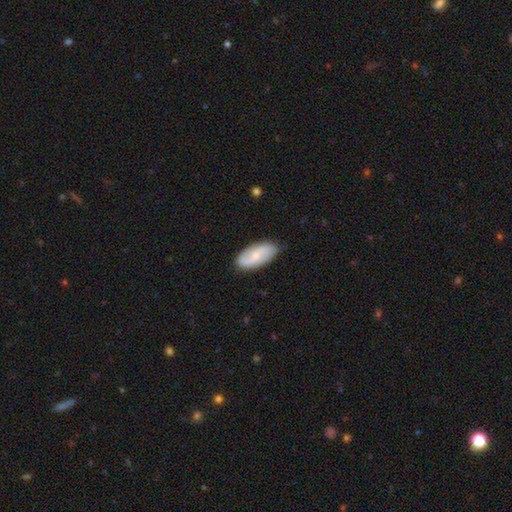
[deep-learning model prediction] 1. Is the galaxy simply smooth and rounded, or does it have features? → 57% featured or disk, 37% smooth, 6% star or artifact.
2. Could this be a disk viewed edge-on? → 94% no, 6% yes.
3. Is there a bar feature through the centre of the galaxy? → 47% no, 43% weak, 10% strong.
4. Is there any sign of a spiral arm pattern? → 89% yes, 11% no.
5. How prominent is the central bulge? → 62% small, 26% moderate, 10% none, 2% large, 1% dominant.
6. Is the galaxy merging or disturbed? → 85% none, 12% minor disturbance, 2% major disturbance, 1% merger.